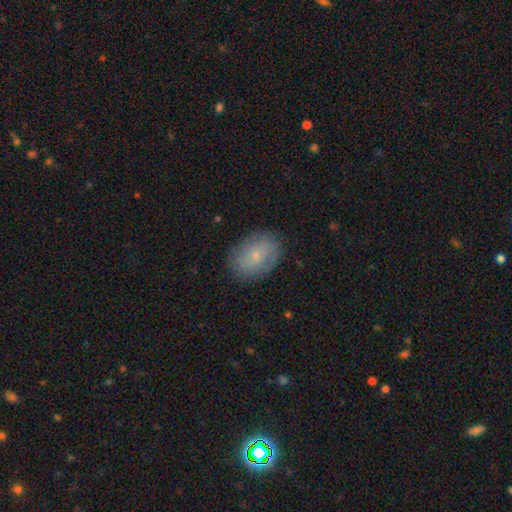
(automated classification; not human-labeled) Smooth or featured? smooth (65%)
How rounded? in between (78%)
Merging? none (84%)